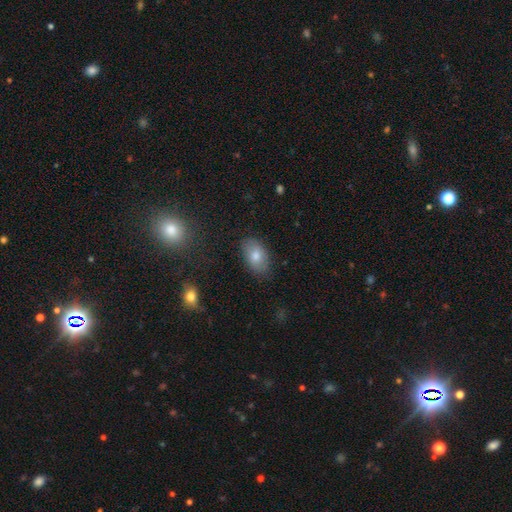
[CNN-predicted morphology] smooth_or_featured: smooth (p=0.75) [alt: featured or disk p=0.15]
how_rounded: in between (p=0.91) [alt: round p=0.08]
merging: none (p=0.83) [alt: minor disturbance p=0.13]